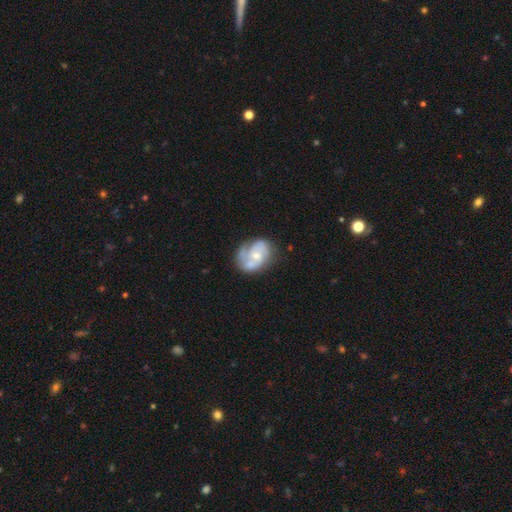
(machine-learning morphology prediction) Overall: featured or disk (75%). Edge-on disk: no (98%). Bar: no (68%; weak 28%). Spiral arms: yes (87%). Spiral arm count: 2 (53%; 3 17%). Spiral winding: medium (44%; tight 38%). Bulge size: moderate (50%; small 43%). Merging: none (47%; minor disturbance 23%).